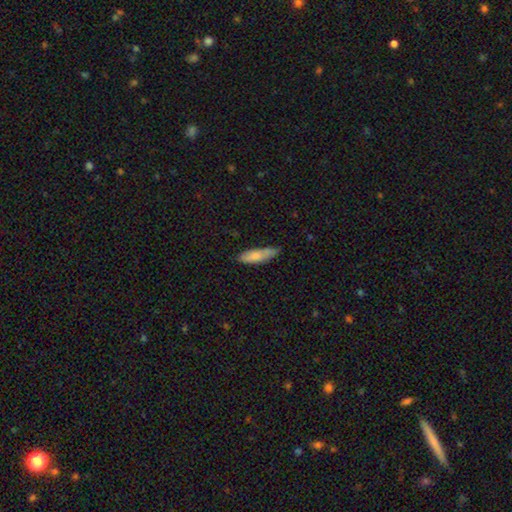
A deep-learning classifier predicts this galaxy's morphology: This appears to be a smooth galaxy with no disk features (76%) that is in between round and cigar-shaped (49%, tied with cigar-shaped). Merging: none (65%).